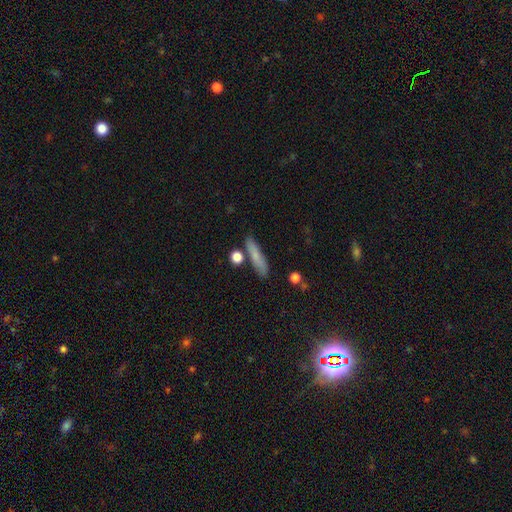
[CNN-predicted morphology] smooth 74%, featured or disk 17%, star or artifact 8%. Down the decision tree: how rounded — cigar-shaped (79%); merging — none (79%).